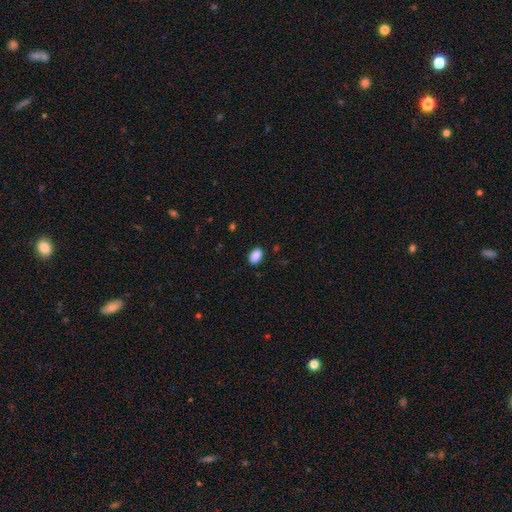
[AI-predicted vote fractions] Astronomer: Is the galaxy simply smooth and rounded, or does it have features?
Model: smooth — 89%.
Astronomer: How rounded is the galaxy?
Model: in between — 86%.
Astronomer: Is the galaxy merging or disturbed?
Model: none — 86%.